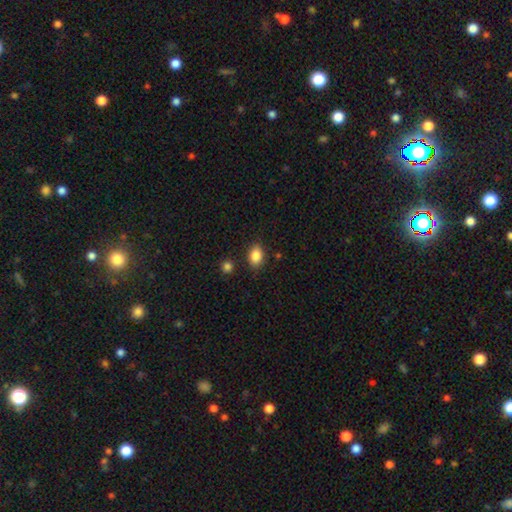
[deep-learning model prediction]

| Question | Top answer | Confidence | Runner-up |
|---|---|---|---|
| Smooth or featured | smooth | 86% | star or artifact (9%) |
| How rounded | in between | 80% | round (18%) |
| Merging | none | 84% | minor disturbance (10%) |